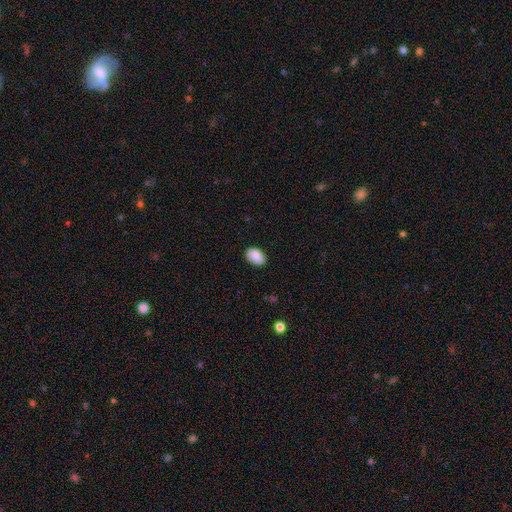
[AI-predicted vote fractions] This is clearly a smooth galaxy (86%). How rounded: clearly in between (87%). Merging: clearly none (85%).